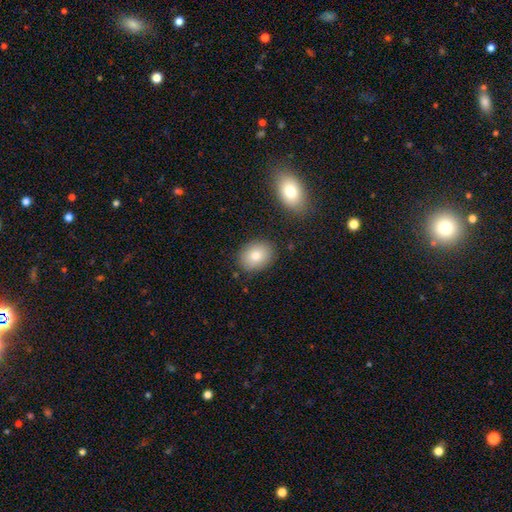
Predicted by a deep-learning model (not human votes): Overall: smooth (81%). How rounded: in between (58%; round 41%). Merging: none (85%).